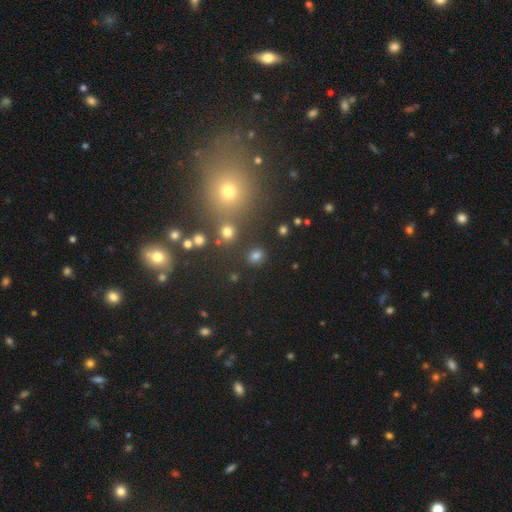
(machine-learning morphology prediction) This appears to be a smooth galaxy with no disk features (75%) that is round (76%). Merging: none (83%).